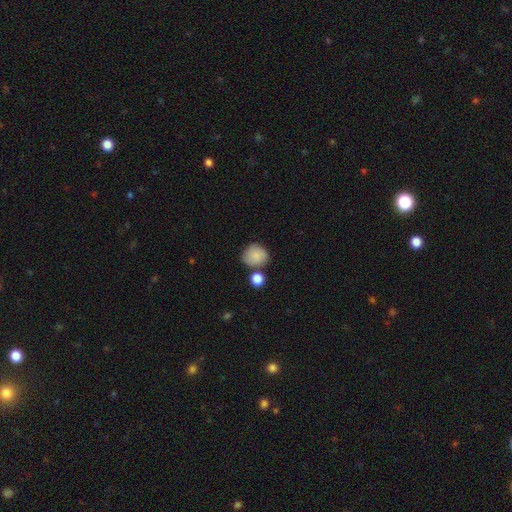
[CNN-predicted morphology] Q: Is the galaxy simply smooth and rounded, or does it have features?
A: smooth — 83%.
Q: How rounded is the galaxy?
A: round — 77%.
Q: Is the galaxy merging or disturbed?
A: none — 63%.